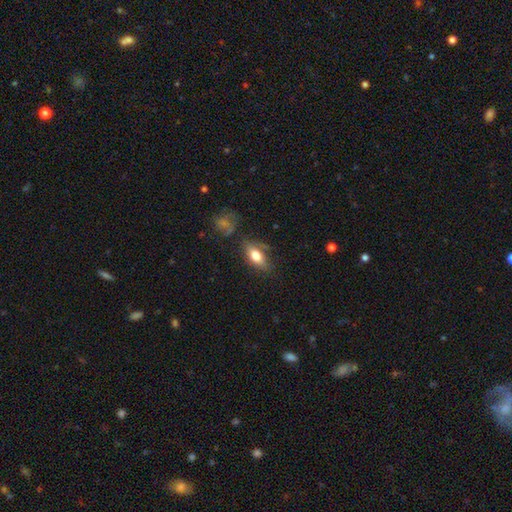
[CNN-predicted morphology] Smooth or featured? Predicted: smooth (p=0.68). How rounded? Predicted: in between (p=0.81). Merging? Predicted: none (p=0.67).